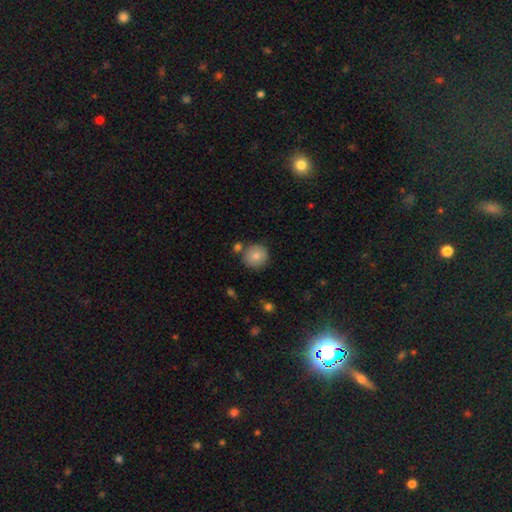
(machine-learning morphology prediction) Smooth or featured? Predicted: smooth (p=0.82). How rounded? Predicted: round (p=0.90). Merging? Predicted: none (p=0.77).